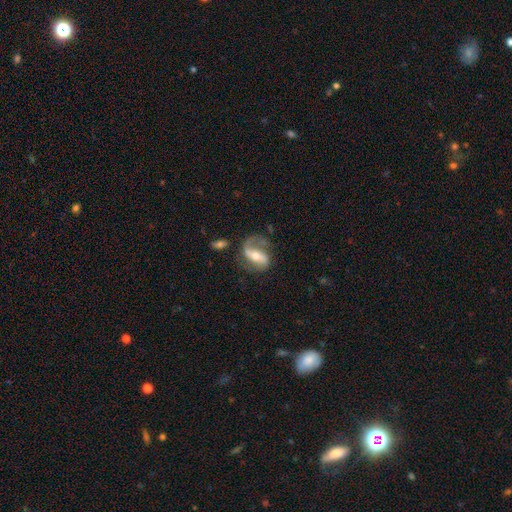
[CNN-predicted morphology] Smooth or featured: featured or disk — 76% (smooth — 18%)
Edge-on disk: no — 93% (yes — 7%)
Bar: strong — 51% (weak — 28%)
Spiral arms: yes — 87% (no — 13%)
Spiral winding: medium — 42% (loose — 41%)
Spiral arm count: 2 — 68% (1 — 24%)
Bulge size: moderate — 60% (small — 31%)
Merging: none — 54% (major disturbance — 22%)